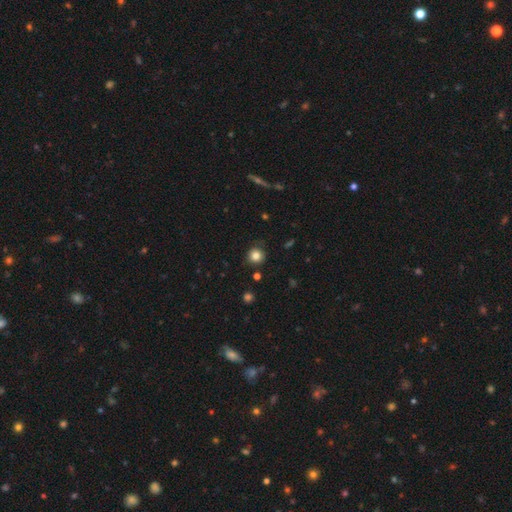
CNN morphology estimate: smooth 83%, star or artifact 12%, featured or disk 5%. Down the decision tree: how rounded — round (91%); merging — none (85%).